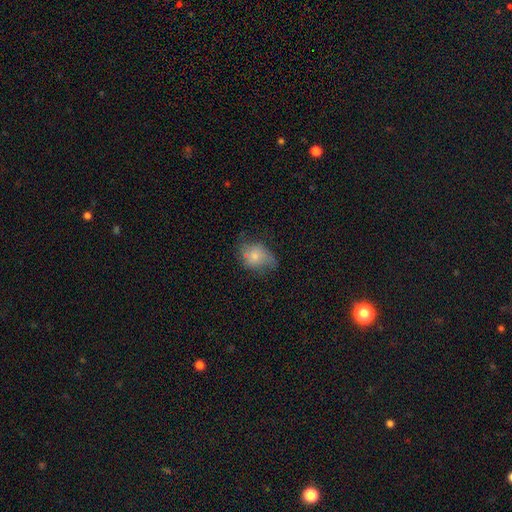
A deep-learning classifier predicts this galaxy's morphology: The model was most divided on "merging": none: 46%, minor disturbance: 33%, major disturbance: 16%, merger: 5%. More confident: smooth or featured — smooth (63%); how rounded — in between (63%).